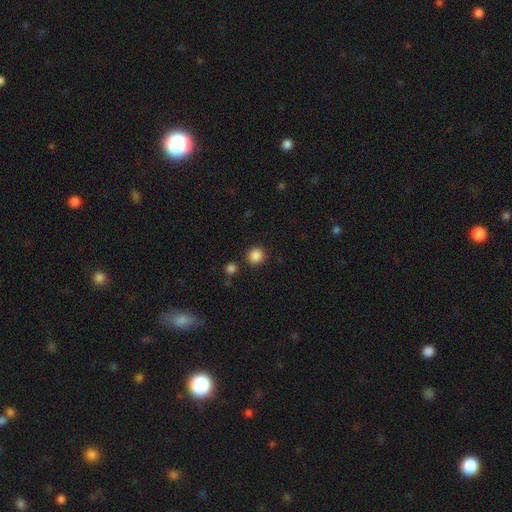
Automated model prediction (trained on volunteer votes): A smooth galaxy with no disk features (87%) that is round (91%). Merging: none (86%).